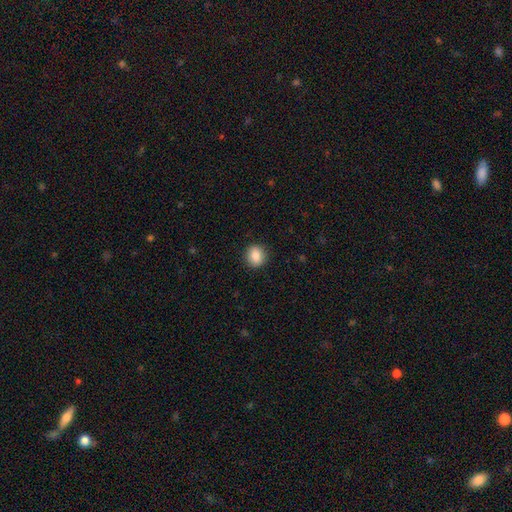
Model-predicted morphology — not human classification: Overall: smooth (87%). How rounded: round (73%). Merging: none (90%).